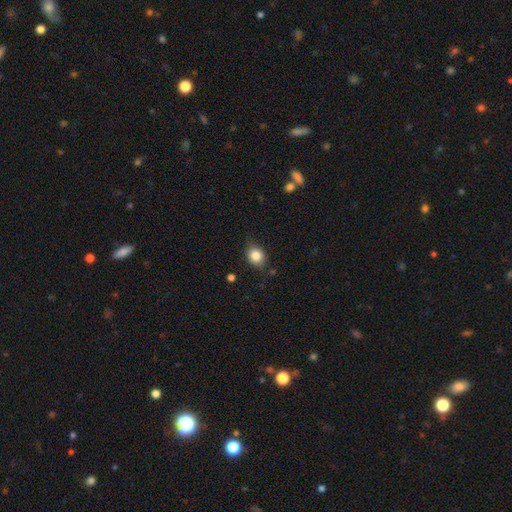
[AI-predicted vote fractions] This is clearly a smooth galaxy (84%). How rounded: possibly round (53%). Merging: likely none (77%).